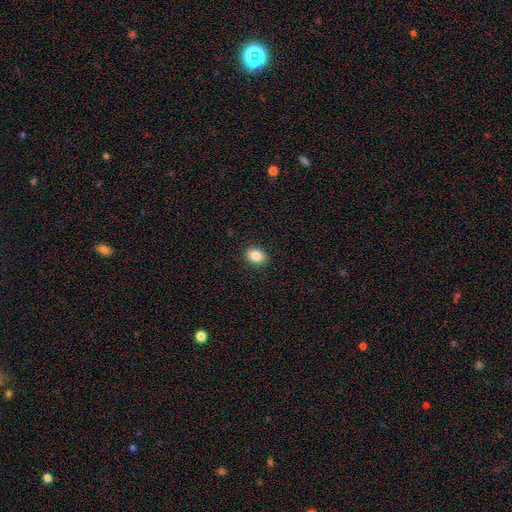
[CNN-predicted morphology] Smooth or featured? smooth (85%)
How rounded? in between (62%)
Merging? none (90%)